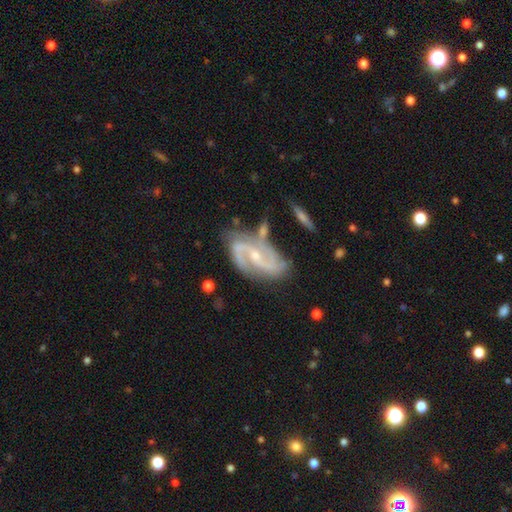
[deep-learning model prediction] smooth_or_featured: featured or disk (p=0.89) [alt: star or artifact p=0.06]
disk_edge_on: no (p=0.96) [alt: yes p=0.04]
bar: weak (p=0.43) [alt: no p=0.32]
has_spiral_arms: yes (p=0.97) [alt: no p=0.03]
spiral_winding: medium (p=0.50) [alt: loose p=0.28]
spiral_arm_count: 2 (p=0.84) [alt: 3 p=0.06]
bulge_size: small (p=0.61) [alt: moderate p=0.35]
merging: none (p=0.61) [alt: minor disturbance p=0.21]